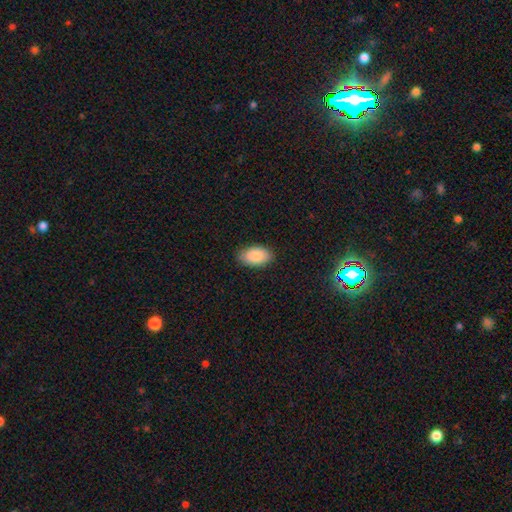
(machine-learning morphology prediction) A smooth galaxy with no disk features (88%) that is in between round and cigar-shaped (94%).

Vote fractions:
- Smooth or featured? smooth: 88% / star or artifact: 6% / featured or disk: 6%
- How rounded? in between: 94% / round: 5% / cigar-shaped: 1%
- Merging? none: 86% / minor disturbance: 11% / major disturbance: 2% / merger: 1%